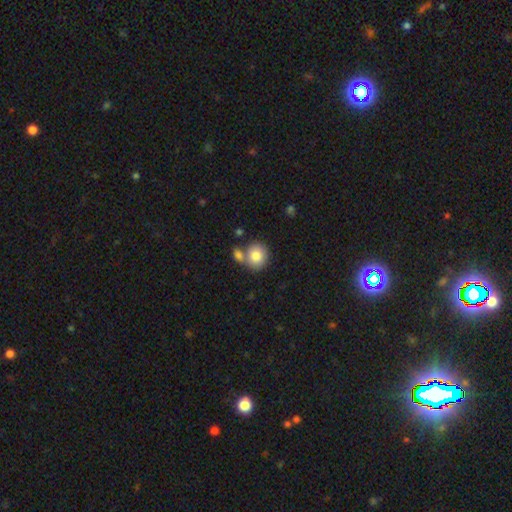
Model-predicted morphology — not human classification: Overall: smooth (82%). How rounded: round (81%). Merging: none (52%; merger 34%).